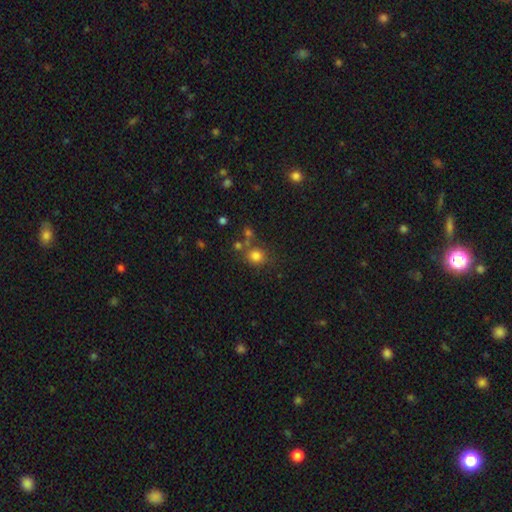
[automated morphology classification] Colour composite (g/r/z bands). It shows a smooth galaxy with no disk features (79%) that is round (82%). Merging: none (69%).